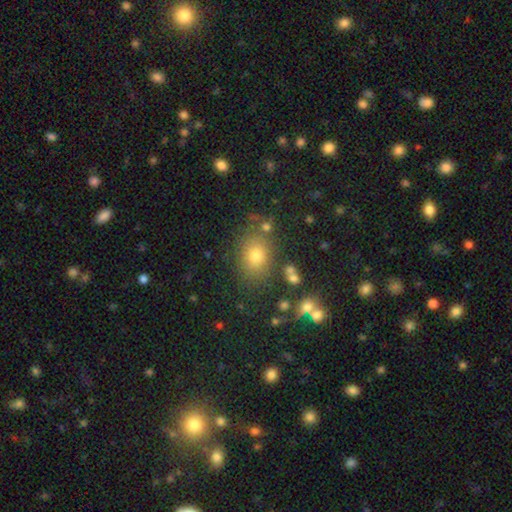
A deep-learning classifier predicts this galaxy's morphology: Smooth or featured?
  - smooth: 74% *
  - star or artifact: 15%
  - featured or disk: 10%
How rounded?
  - in between: 64% *
  - round: 35%
  - cigar-shaped: 1%
Merging?
  - none: 77% *
  - minor disturbance: 13%
  - merger: 6%
  - major disturbance: 5%